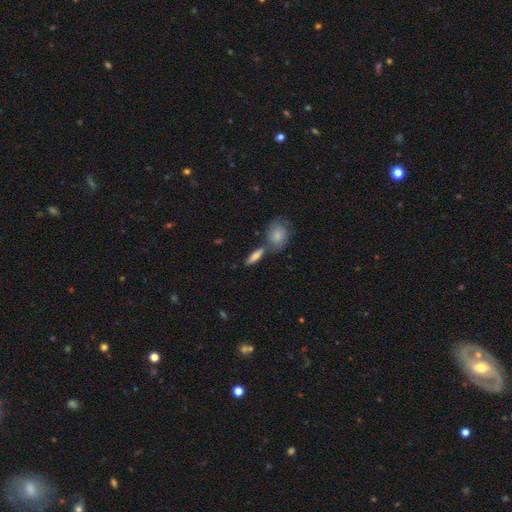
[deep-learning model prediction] Smooth or featured? smooth (76%)
How rounded? in between (50%)
Merging? none (62%)